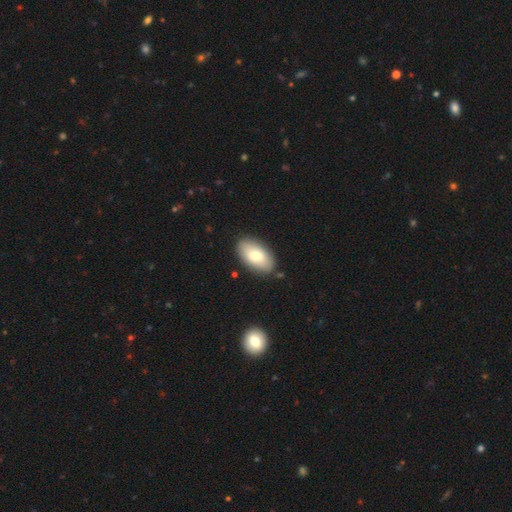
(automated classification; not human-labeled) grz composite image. It shows a smooth galaxy with no disk features (76%) that is in between round and cigar-shaped (95%). Merging: none (86%).